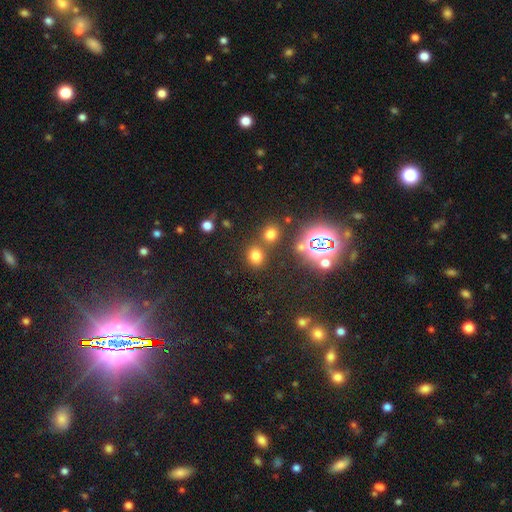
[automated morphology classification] smooth-or-featured: smooth: 68% | star or artifact: 26% | featured or disk: 6%
  how-rounded: round: 67% | in between: 31% | cigar-shaped: 1%
  merging: none: 73% | merger: 15% | minor disturbance: 9% | major disturbance: 4%